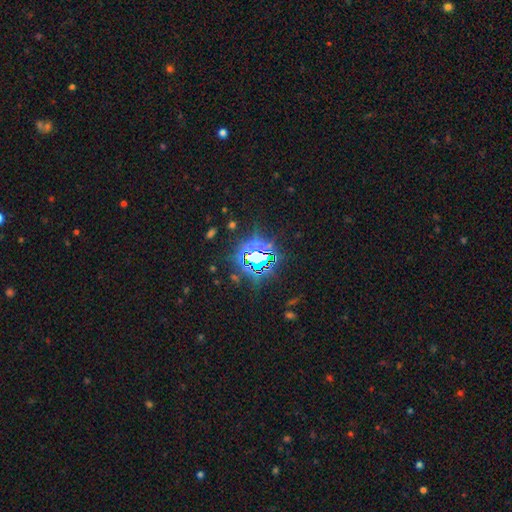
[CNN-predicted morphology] The model was most divided on "smooth or featured": star or artifact: 79%, smooth: 12%, featured or disk: 9%.